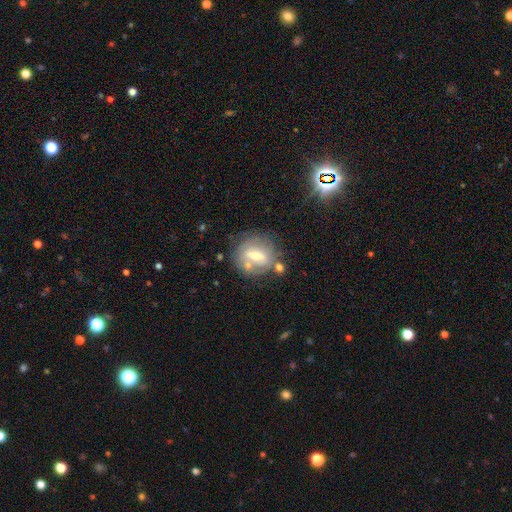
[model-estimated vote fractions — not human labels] smooth-or-featured: featured or disk: 61% | smooth: 31% | star or artifact: 9%
  disk-edge-on: no: 89% | yes: 11%
    bar: weak: 42% | strong: 38% | no: 21%
    has-spiral-arms: no: 62% | yes: 38%
    bulge-size: moderate: 65% | small: 28% | large: 5% | none: 1% | dominant: 1%
  merging: none: 61% | minor disturbance: 18% | merger: 13% | major disturbance: 8%